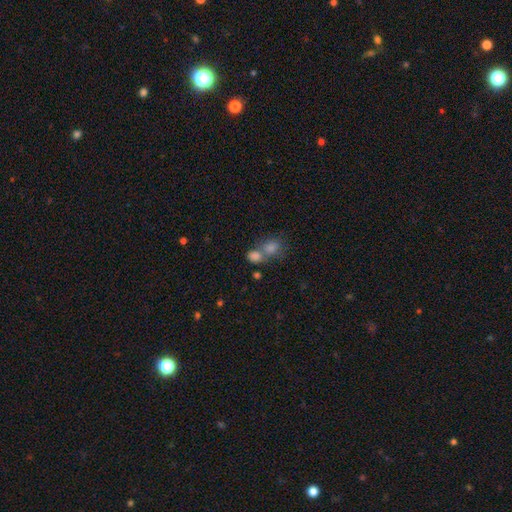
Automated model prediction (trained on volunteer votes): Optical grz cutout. It shows a smooth galaxy with no disk features (80%) that is in between round and cigar-shaped (54%). Merging: merger (56%).